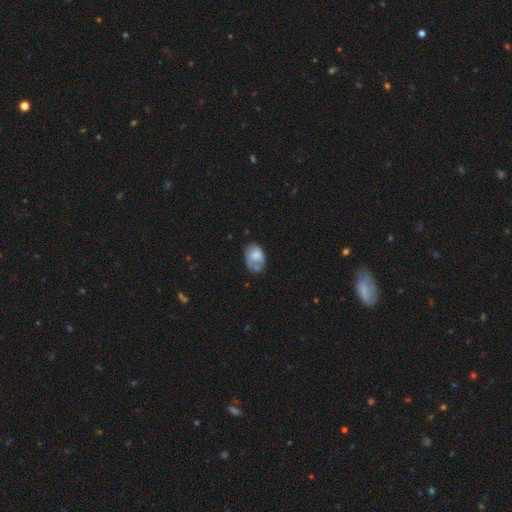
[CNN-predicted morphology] Smooth or featured? Predicted: smooth (p=0.58). How rounded? Predicted: in between (p=0.79). Merging? Predicted: none (p=0.37).